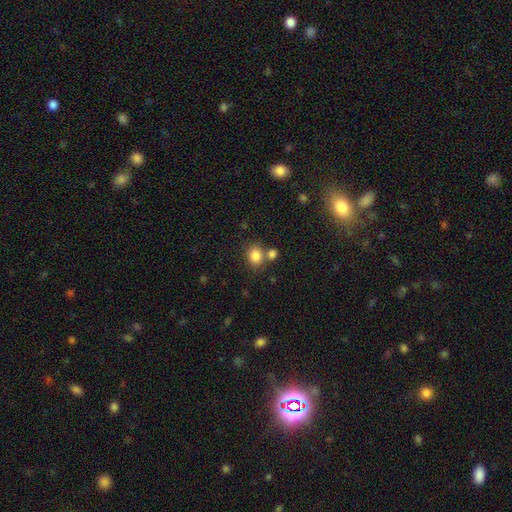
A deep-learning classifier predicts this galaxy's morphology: This is clearly a smooth galaxy (83%). How rounded: possibly round (56%). Merging: possibly none (60%).